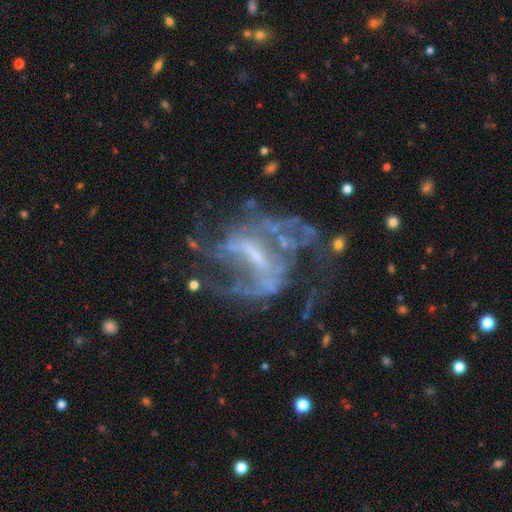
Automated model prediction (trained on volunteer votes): This is clearly a featured or disk galaxy (85%). It is clearly not viewed edge-on (97%). Bar: marginally weak (45%). Spiral arm pattern: clearly yes (86%). Spiral arm count: marginally 2 (45%). Spiral winding: possibly medium (46%). Central bulge: marginally small (43%). Merging: possibly none (45%).